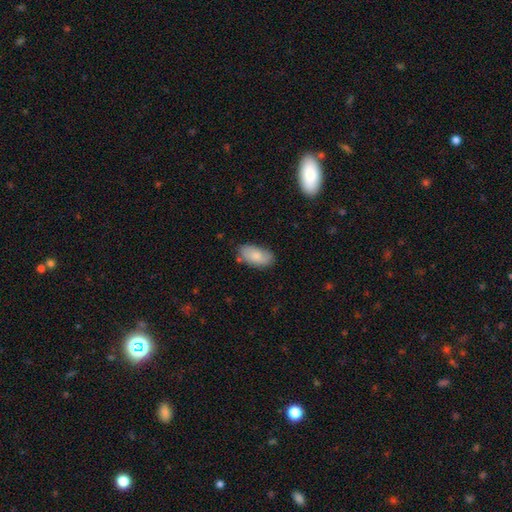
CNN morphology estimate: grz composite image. It shows a smooth galaxy with no disk features (78%) that is in between round and cigar-shaped (94%). Merging: none (73%).